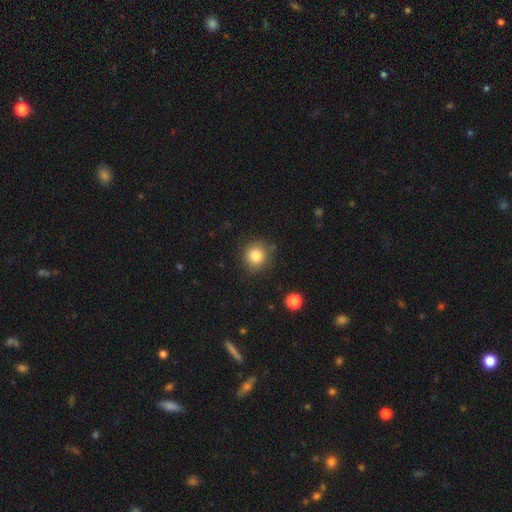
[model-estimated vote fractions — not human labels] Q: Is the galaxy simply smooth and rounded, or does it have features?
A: smooth — 83%.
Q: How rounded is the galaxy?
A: round — 89%.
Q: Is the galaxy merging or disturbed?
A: none — 83%.